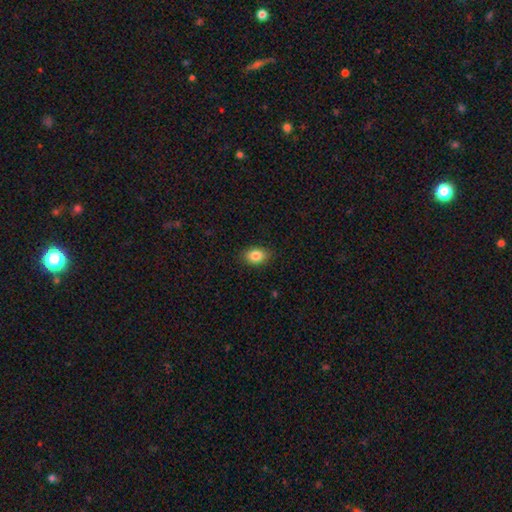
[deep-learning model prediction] Q: Smooth or featured?
A: smooth (85%); runner-up: star or artifact (9%)
Q: How rounded?
A: in between (77%); runner-up: round (22%)
Q: Merging?
A: none (87%); runner-up: minor disturbance (10%)